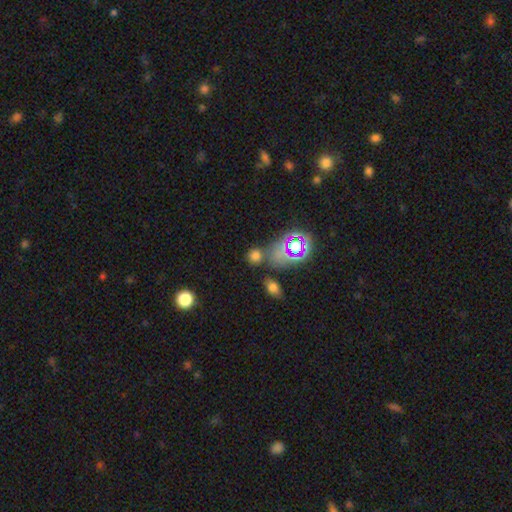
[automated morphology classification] smooth 67%, star or artifact 26%, featured or disk 7%. Down the decision tree: how rounded — round (73%); merging — none (65%).